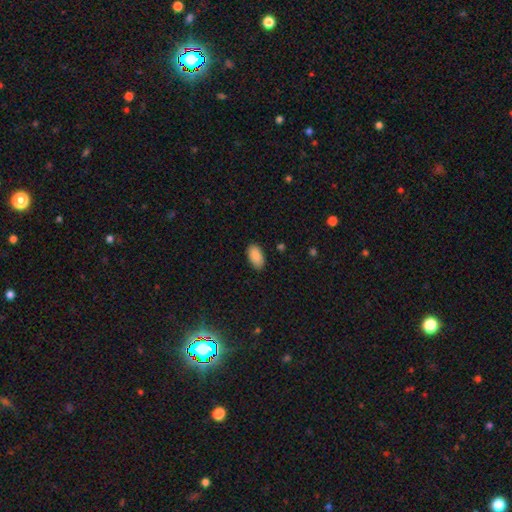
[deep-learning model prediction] Q: Smooth or featured?
A: smooth (89%); runner-up: star or artifact (7%)
Q: How rounded?
A: in between (94%); runner-up: round (3%)
Q: Merging?
A: none (87%); runner-up: minor disturbance (10%)